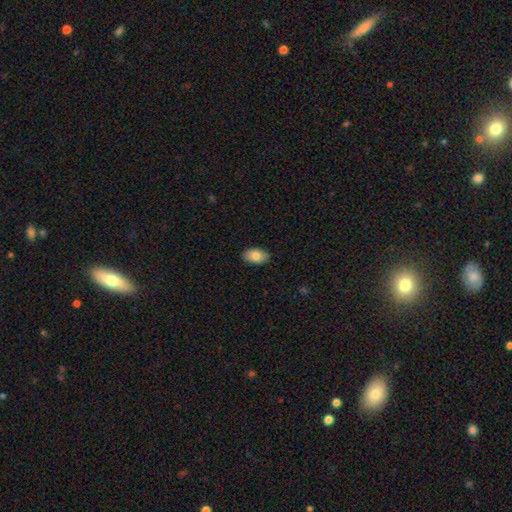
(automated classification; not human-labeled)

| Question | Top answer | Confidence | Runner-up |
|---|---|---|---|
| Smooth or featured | smooth | 82% | featured or disk (11%) |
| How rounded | in between | 92% | round (7%) |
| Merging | none | 88% | minor disturbance (9%) |